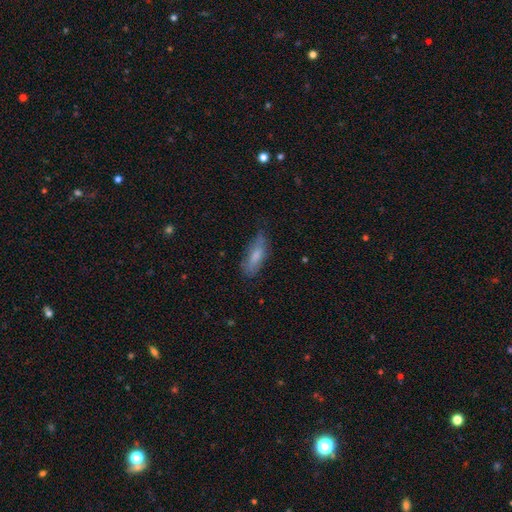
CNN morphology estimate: The model was most divided on "how rounded": in between: 64%, cigar-shaped: 34%, round: 2%. More confident: smooth or featured — smooth (73%); merging — none (65%).